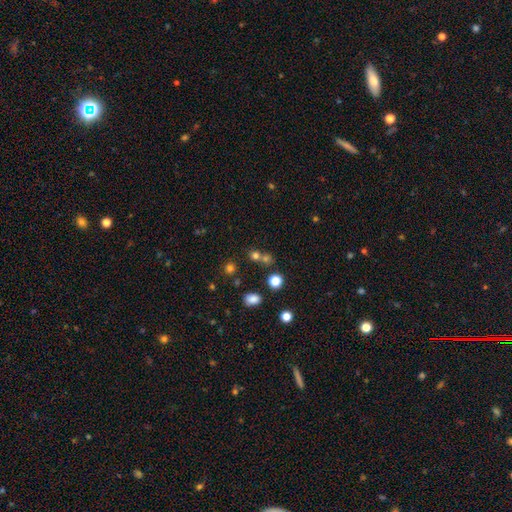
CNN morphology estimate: smooth 67%, star or artifact 23%, featured or disk 9%. Down the decision tree: how rounded — round (82%); merging — none (52%).